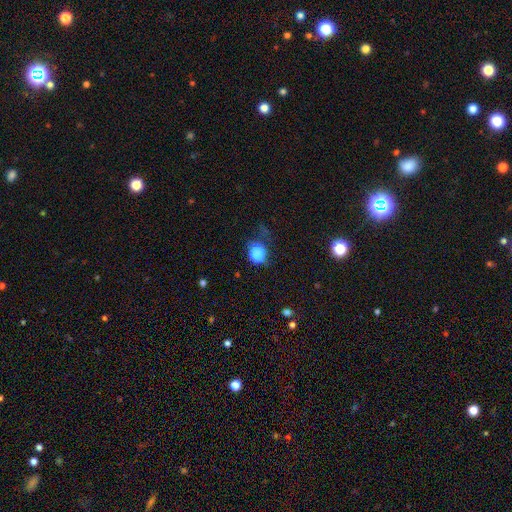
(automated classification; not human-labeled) Q: Smooth or featured?
A: smooth (81%); runner-up: star or artifact (13%)
Q: How rounded?
A: round (72%); runner-up: in between (27%)
Q: Merging?
A: none (48%); runner-up: minor disturbance (28%)